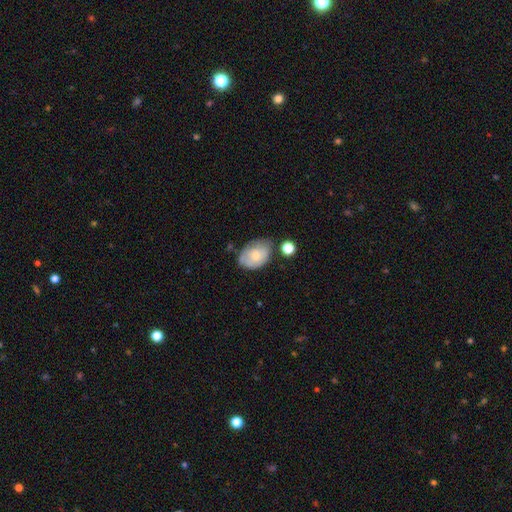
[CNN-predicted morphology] This is likely a smooth galaxy (64%). How rounded: likely in between (78%). Merging: possibly none (50%).